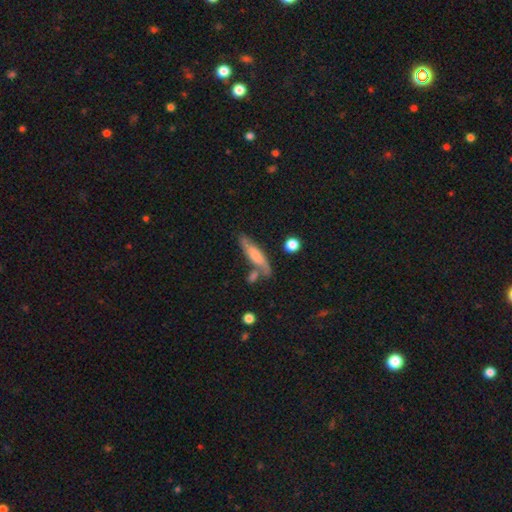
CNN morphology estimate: smooth 54%, featured or disk 40%, star or artifact 7%. Down the decision tree: how rounded — cigar-shaped (73%); merging — none (57%).